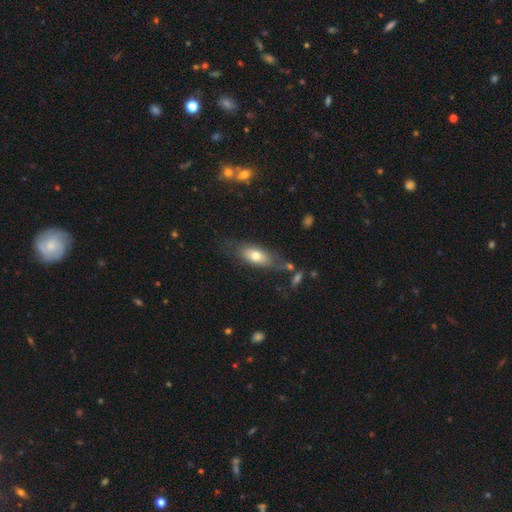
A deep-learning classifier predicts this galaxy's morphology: Overall: smooth (68%). How rounded: in between (80%). Merging: none (59%; minor disturbance 23%).